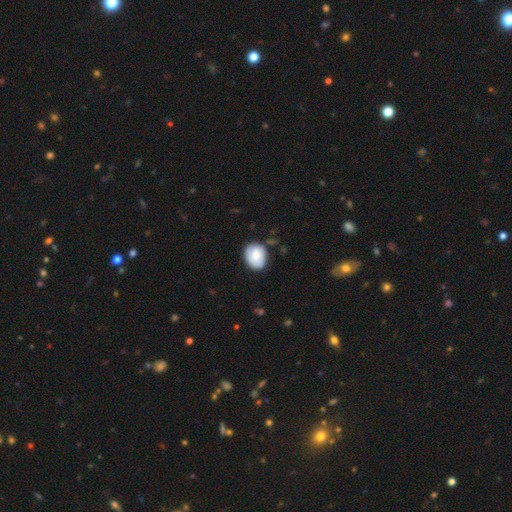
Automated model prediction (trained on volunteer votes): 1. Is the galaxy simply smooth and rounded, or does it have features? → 73% smooth, 20% featured or disk, 7% star or artifact.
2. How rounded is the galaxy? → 51% in between, 48% round, 1% cigar-shaped.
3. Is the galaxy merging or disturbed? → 64% none, 27% minor disturbance, 6% major disturbance, 3% merger.